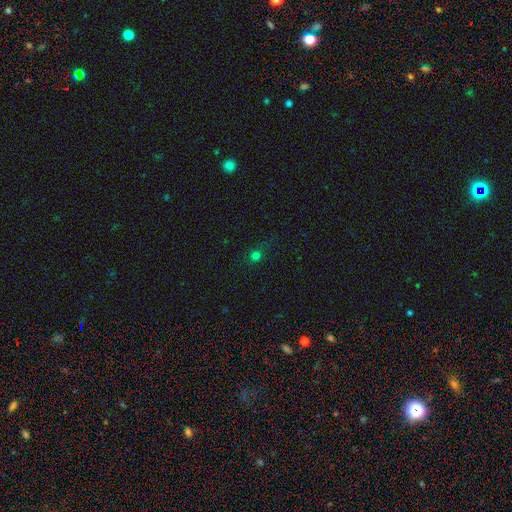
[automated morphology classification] Smooth or featured?
  - smooth: 66% *
  - star or artifact: 27%
  - featured or disk: 7%
How rounded?
  - round: 85% *
  - in between: 13%
  - cigar-shaped: 2%
Merging?
  - none: 78% *
  - minor disturbance: 14%
  - major disturbance: 6%
  - merger: 2%